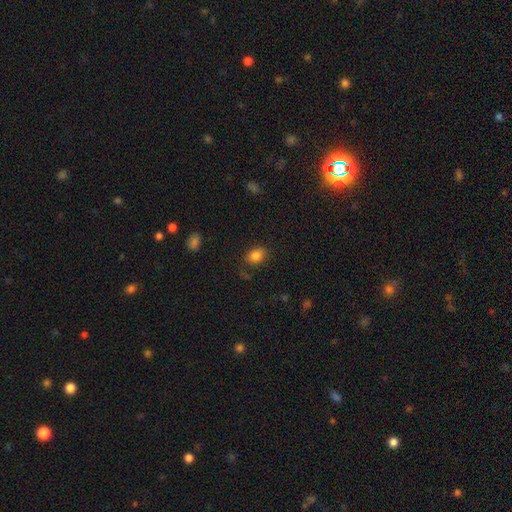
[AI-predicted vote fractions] This is clearly a smooth galaxy (83%). How rounded: likely in between (66%). Merging: likely none (78%).